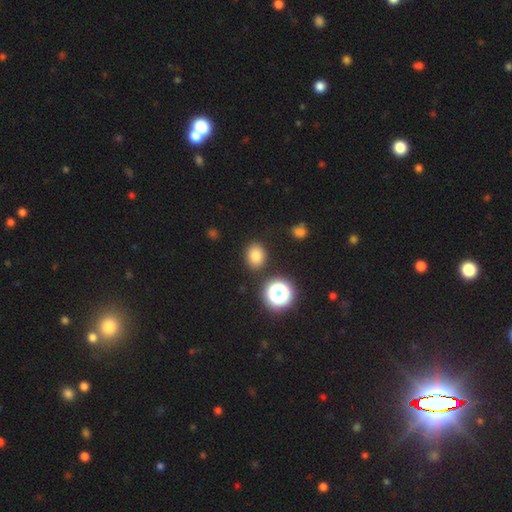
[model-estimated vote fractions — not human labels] Smooth or featured? Predicted: smooth (p=0.80). How rounded? Predicted: round (p=0.55). Merging? Predicted: none (p=0.85).